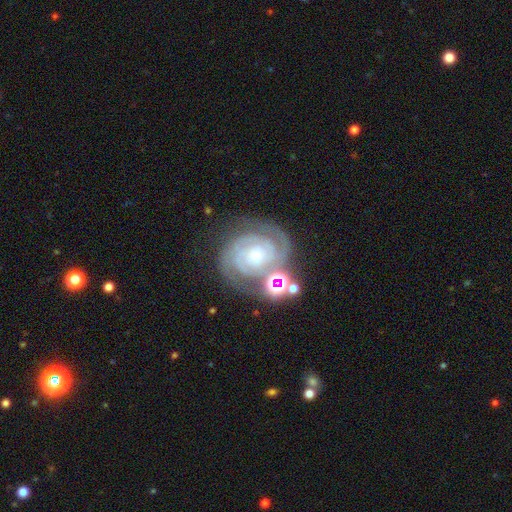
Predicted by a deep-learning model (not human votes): Q: Smooth or featured?
A: featured or disk (85%); runner-up: smooth (7%)
Q: Edge-on disk?
A: no (98%); runner-up: yes (2%)
Q: Bar?
A: no (72%); runner-up: weak (21%)
Q: Spiral arms?
A: yes (97%); runner-up: no (3%)
Q: Spiral winding?
A: tight (76%); runner-up: medium (20%)
Q: Spiral arm count?
A: 2 (53%); runner-up: 3 (18%)
Q: Bulge size?
A: small (64%); runner-up: moderate (26%)
Q: Merging?
A: none (64%); runner-up: minor disturbance (17%)